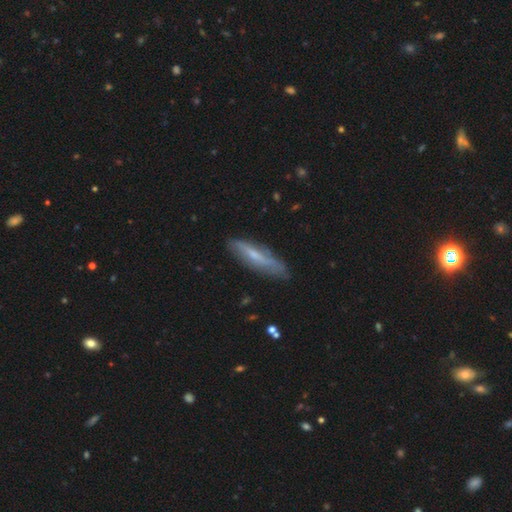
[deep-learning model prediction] Smooth or featured: featured or disk — 51% (smooth — 42%)
Edge-on disk: yes — 60% (no — 40%)
Merging: none — 74% (minor disturbance — 20%)